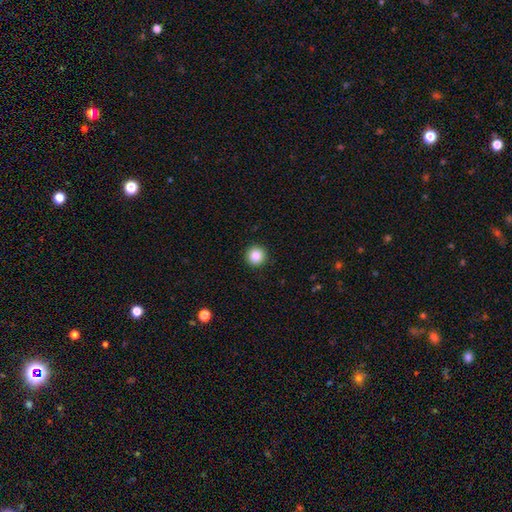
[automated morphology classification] A smooth galaxy with no disk features (85%) that is round (96%). Merging: none (93%).